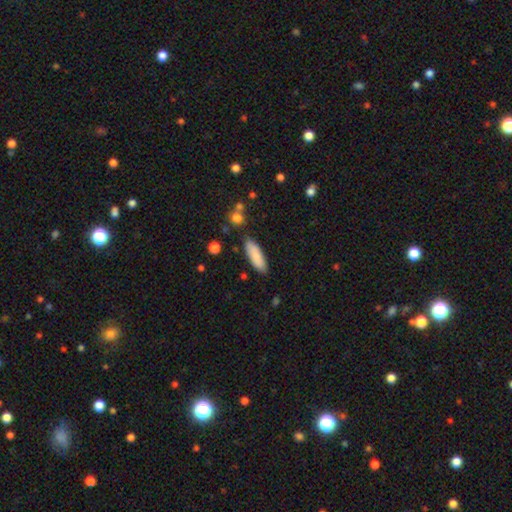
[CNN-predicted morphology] Smooth or featured: smooth — 85% (featured or disk — 9%)
How rounded: in between — 56% (cigar-shaped — 43%)
Merging: none — 84% (minor disturbance — 11%)